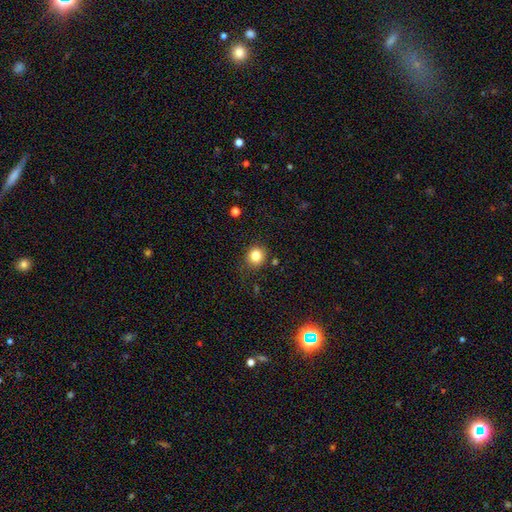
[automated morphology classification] This appears to be a smooth galaxy with no disk features (82%) that is round (86%). Merging: none (84%).